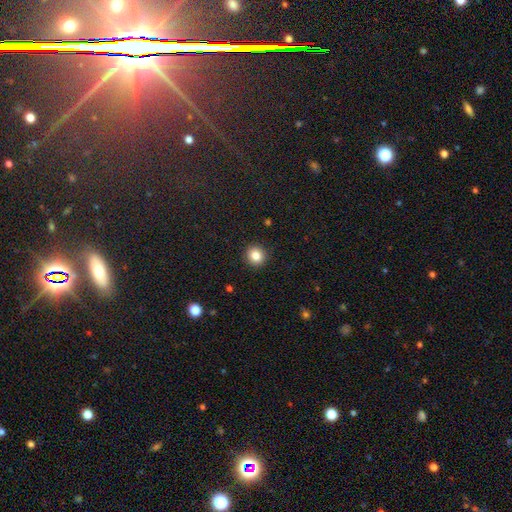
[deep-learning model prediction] Smooth or featured? Predicted: smooth (p=0.84). How rounded? Predicted: round (p=0.90). Merging? Predicted: none (p=0.92).